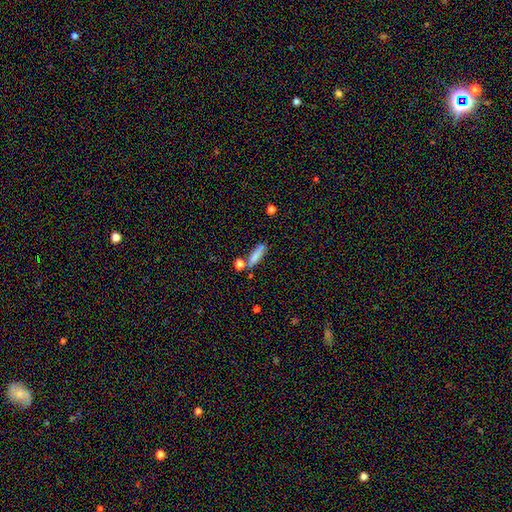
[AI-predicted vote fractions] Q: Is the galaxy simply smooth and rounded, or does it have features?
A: smooth — 79%.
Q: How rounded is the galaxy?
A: cigar-shaped — 68%.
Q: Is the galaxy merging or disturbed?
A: none — 67%.